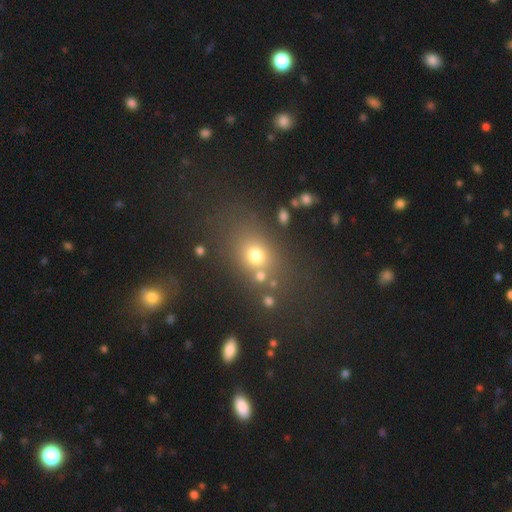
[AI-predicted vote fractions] smooth-or-featured: smooth: 69% | star or artifact: 20% | featured or disk: 11%
  how-rounded: round: 52% | in between: 46% | cigar-shaped: 2%
  merging: none: 69% | minor disturbance: 14% | merger: 10% | major disturbance: 7%